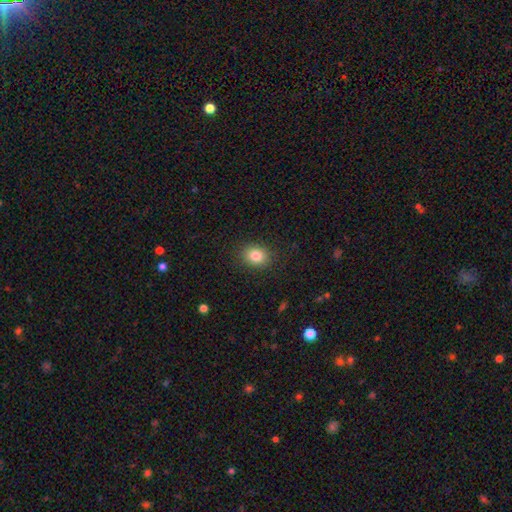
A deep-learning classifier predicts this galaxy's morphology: A smooth galaxy with no disk features (83%) that is round (52%). Merging: none (88%).